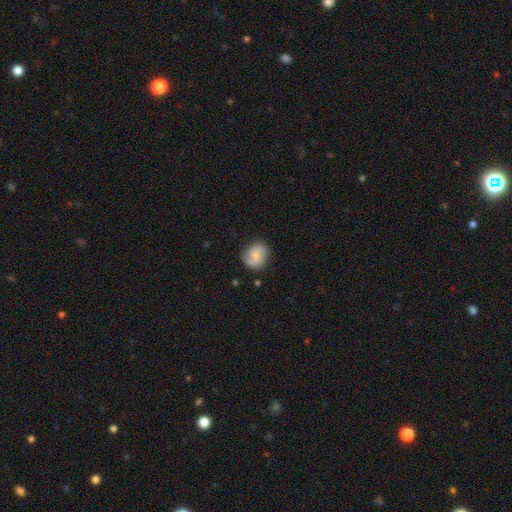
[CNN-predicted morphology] Q: Smooth or featured?
A: featured or disk (56%); runner-up: smooth (37%)
Q: Edge-on disk?
A: no (98%); runner-up: yes (2%)
Q: Bar?
A: no (49%); runner-up: weak (43%)
Q: Spiral arms?
A: yes (92%); runner-up: no (8%)
Q: Spiral winding?
A: medium (45%); runner-up: loose (33%)
Q: Spiral arm count?
A: 2 (82%); runner-up: can't tell (8%)
Q: Bulge size?
A: small (44%); runner-up: moderate (34%)
Q: Merging?
A: none (77%); runner-up: minor disturbance (16%)